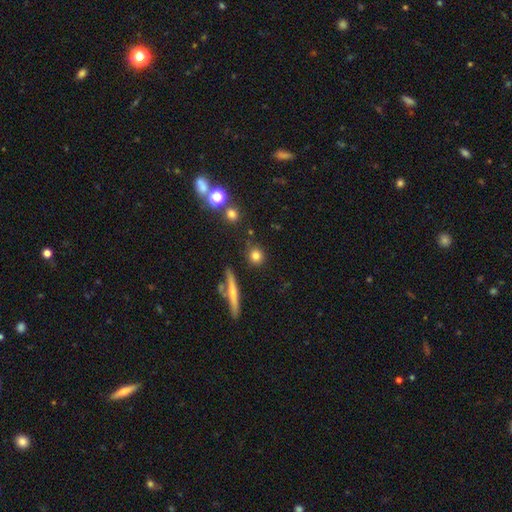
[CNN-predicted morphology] A smooth galaxy with no disk features (77%) that is round (84%). Merging: none (83%).